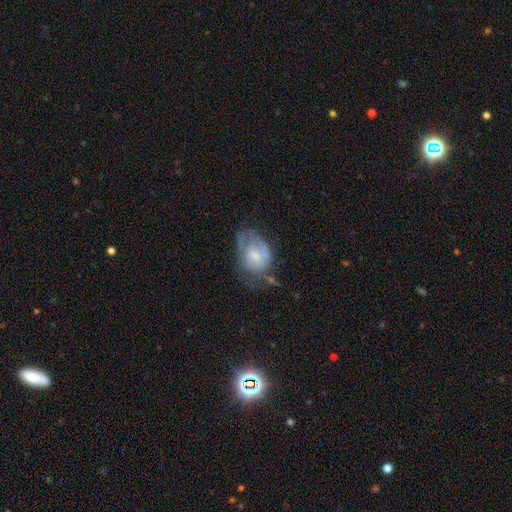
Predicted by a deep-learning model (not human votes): smooth 48%, featured or disk 44%, star or artifact 8%. Down the decision tree: merging — minor disturbance (32%).